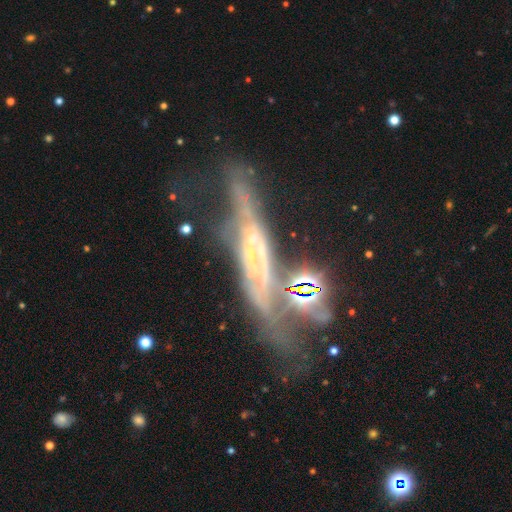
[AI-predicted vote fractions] Q: Smooth or featured?
A: featured or disk (74%); runner-up: smooth (13%)
Q: Edge-on disk?
A: yes (59%); runner-up: no (41%)
Q: Merging?
A: none (37%); runner-up: major disturbance (26%)